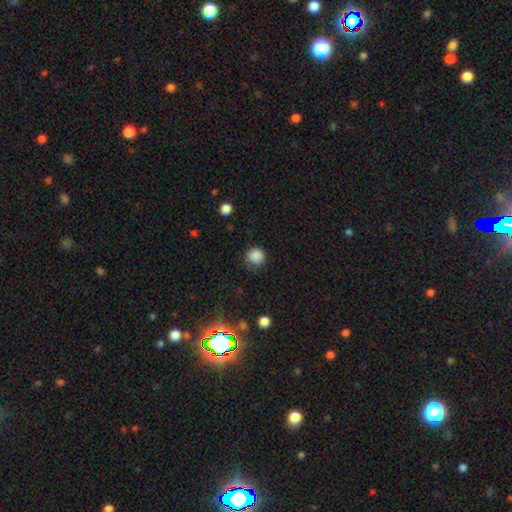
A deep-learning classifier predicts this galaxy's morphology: This is clearly a smooth galaxy (86%). How rounded: clearly round (92%). Merging: clearly none (81%).